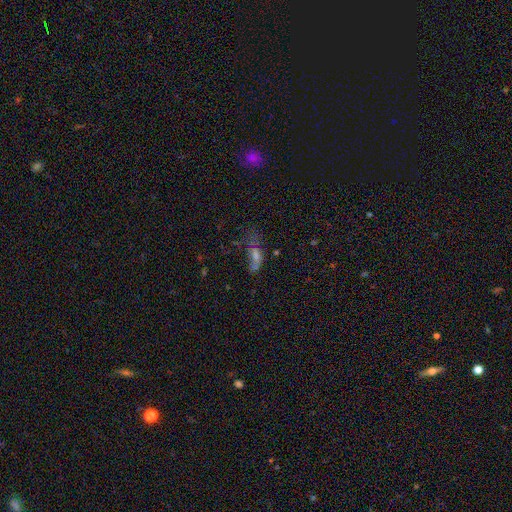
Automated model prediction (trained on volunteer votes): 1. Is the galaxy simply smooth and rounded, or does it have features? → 39% smooth, 33% featured or disk, 29% star or artifact.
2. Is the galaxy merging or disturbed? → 33% major disturbance (tied), 33% none (tied), 18% minor disturbance, 16% merger.